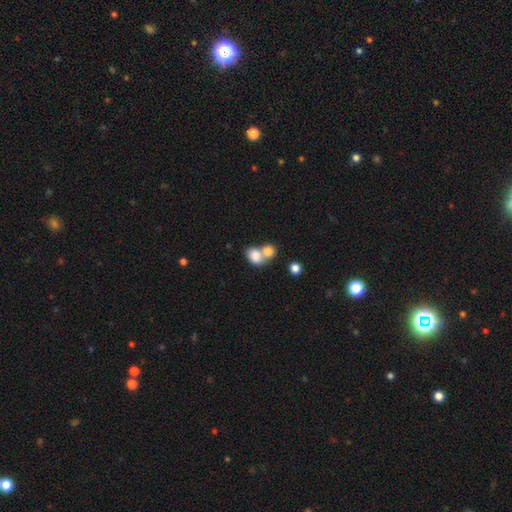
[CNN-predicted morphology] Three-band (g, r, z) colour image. It shows a smooth galaxy with no disk features (82%) that is in between round and cigar-shaped (67%). Merging: merger (63%).